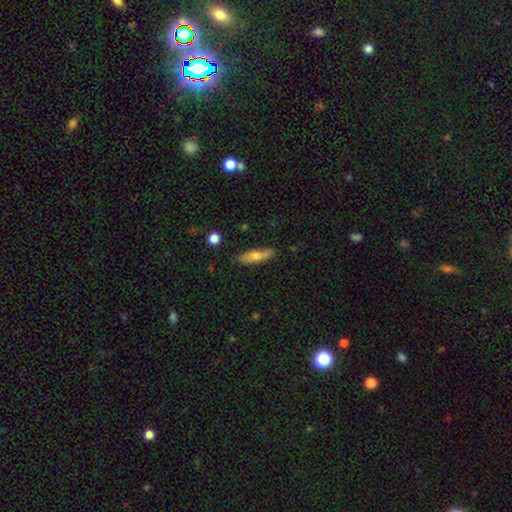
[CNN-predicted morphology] Smooth or featured? smooth (64%)
How rounded? cigar-shaped (60%)
Merging? none (82%)